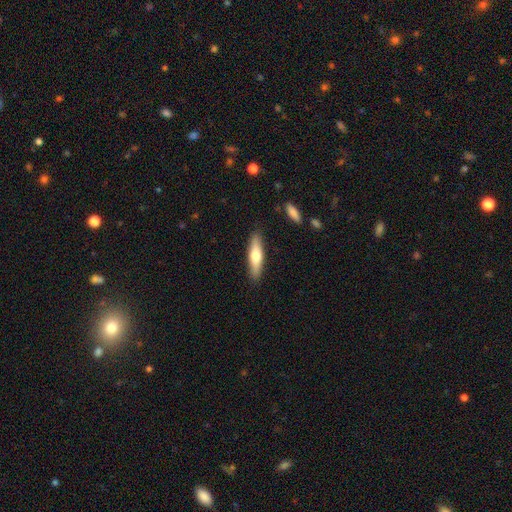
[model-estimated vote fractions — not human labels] The model was most divided on "smooth or featured": smooth: 61%, featured or disk: 34%, star or artifact: 5%. More confident: merging — none (88%); how rounded — cigar-shaped (73%).